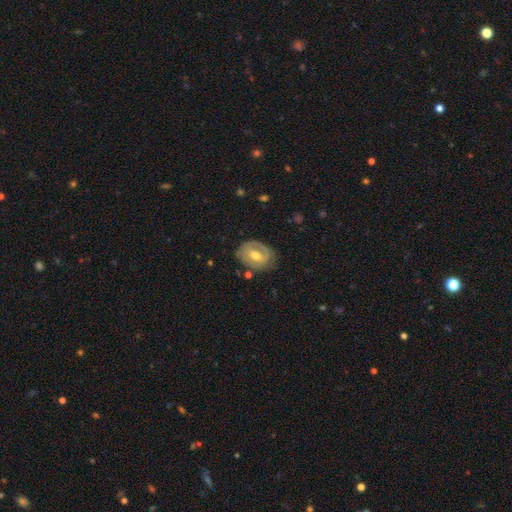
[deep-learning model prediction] Smooth or featured: featured or disk — 64% (smooth — 30%)
Edge-on disk: no — 94% (yes — 6%)
Bar: weak — 45% (no — 30%)
Spiral arms: yes — 52% (no — 48%)
Bulge size: moderate — 72% (small — 18%)
Merging: none — 70% (minor disturbance — 20%)